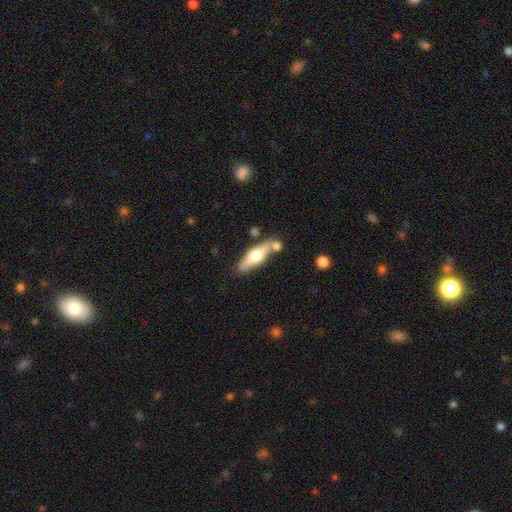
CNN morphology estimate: smooth_or_featured: featured or disk (p=0.53) [alt: smooth p=0.41]
disk_edge_on: yes (p=0.92) [alt: no p=0.08]
merging: none (p=0.69) [alt: merger p=0.14]